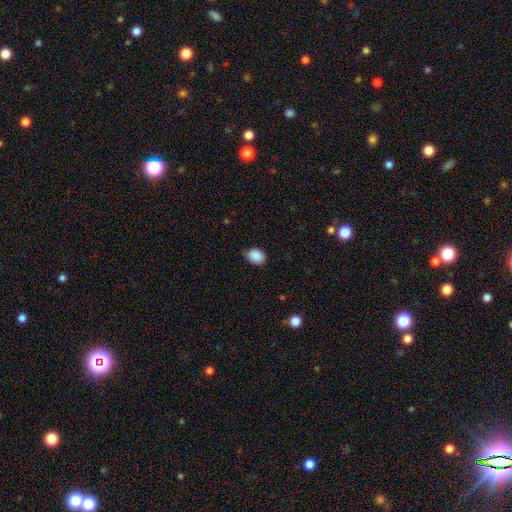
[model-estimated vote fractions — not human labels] Morphology: type=smooth (89%); roundness=in between (61%); merging=none (74%).